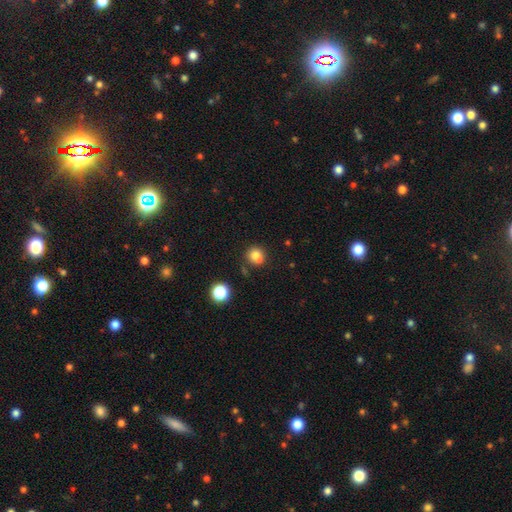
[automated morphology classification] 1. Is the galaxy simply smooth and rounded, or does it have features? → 80% smooth, 13% star or artifact, 7% featured or disk.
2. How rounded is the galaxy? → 82% round, 17% in between, 1% cigar-shaped.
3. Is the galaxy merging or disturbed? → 71% none, 17% minor disturbance, 8% merger, 4% major disturbance.